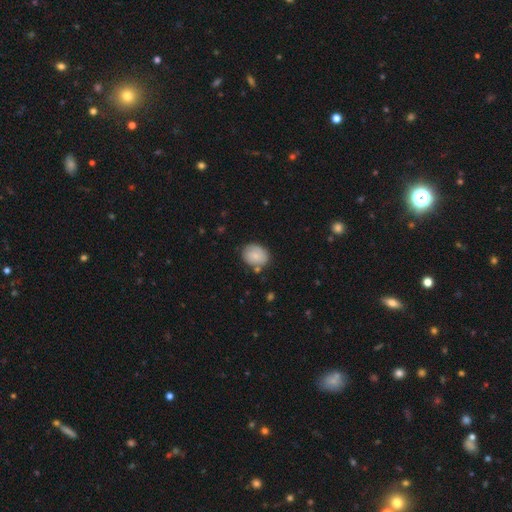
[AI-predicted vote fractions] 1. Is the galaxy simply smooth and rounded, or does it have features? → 71% smooth, 22% featured or disk, 7% star or artifact.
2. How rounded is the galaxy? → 54% in between, 45% round, 1% cigar-shaped.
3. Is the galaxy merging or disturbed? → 74% none, 18% minor disturbance, 4% major disturbance, 4% merger.